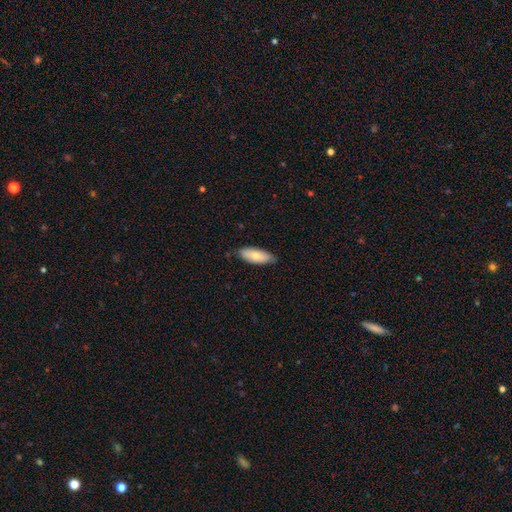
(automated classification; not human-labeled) Overall: smooth (75%). How rounded: in between (79%). Merging: none (80%).